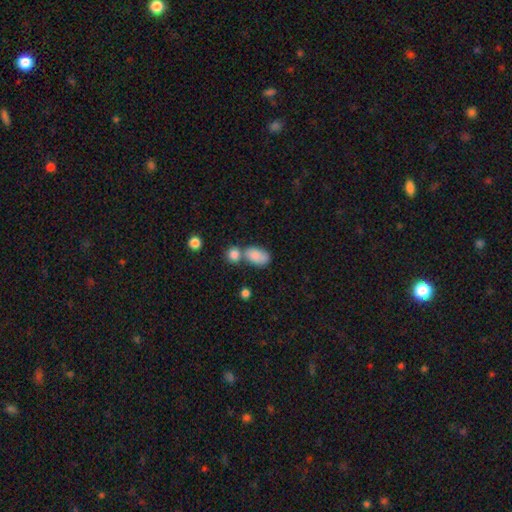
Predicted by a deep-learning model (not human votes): Overall: smooth (84%). How rounded: in between (89%). Merging: none (42%; merger 37%).